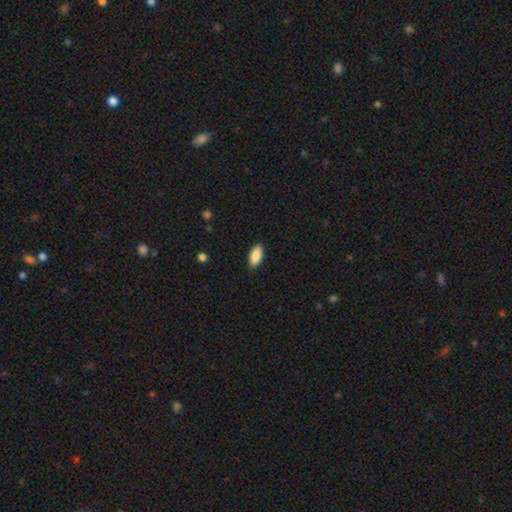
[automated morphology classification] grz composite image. It shows a smooth galaxy with no disk features (89%) that is in between round and cigar-shaped (91%). Merging: none (89%).